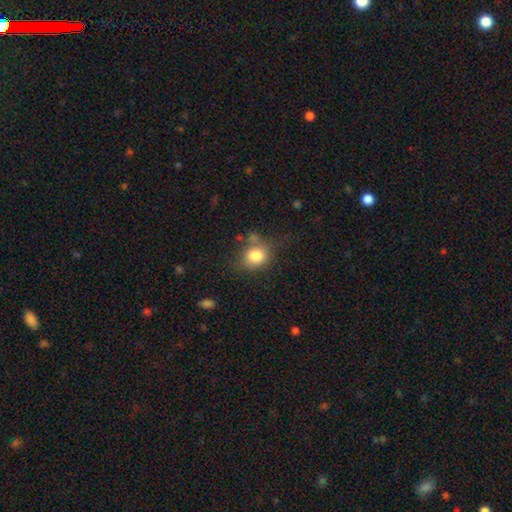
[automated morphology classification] This appears to be a smooth galaxy with no disk features (80%) that is round (63%). Merging: none (64%).